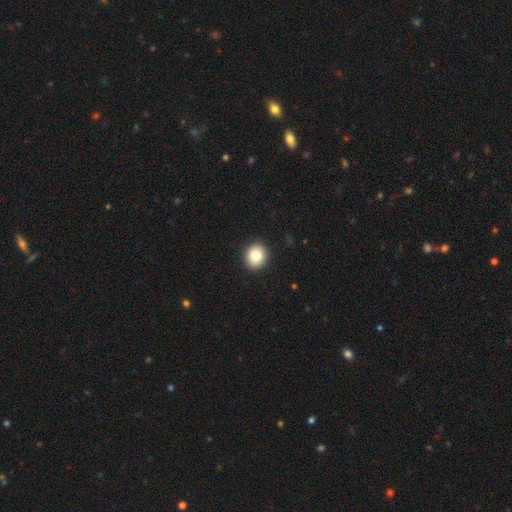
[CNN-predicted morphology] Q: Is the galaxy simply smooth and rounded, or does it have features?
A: smooth — 82%.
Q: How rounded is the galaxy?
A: round — 69%.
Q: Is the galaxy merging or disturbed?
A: none — 92%.